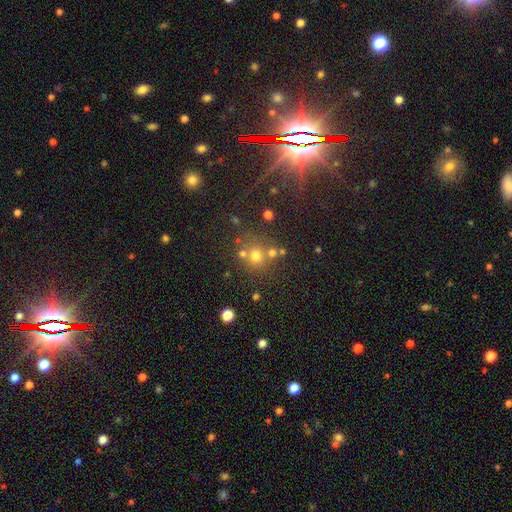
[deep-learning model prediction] Overall: smooth (66%). How rounded: round (87%). Merging: none (65%).